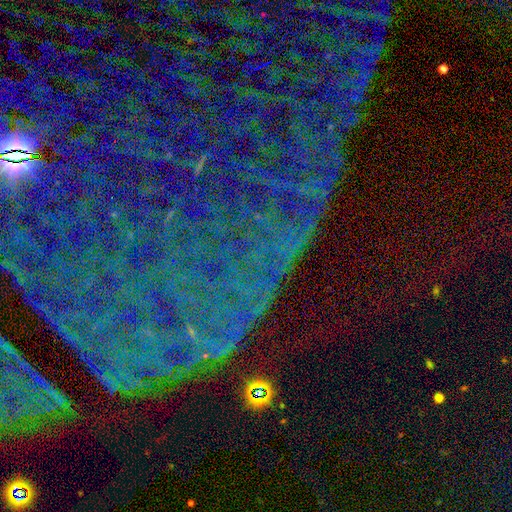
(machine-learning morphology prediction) This is clearly a star or artifact rather than a galaxy (83%).